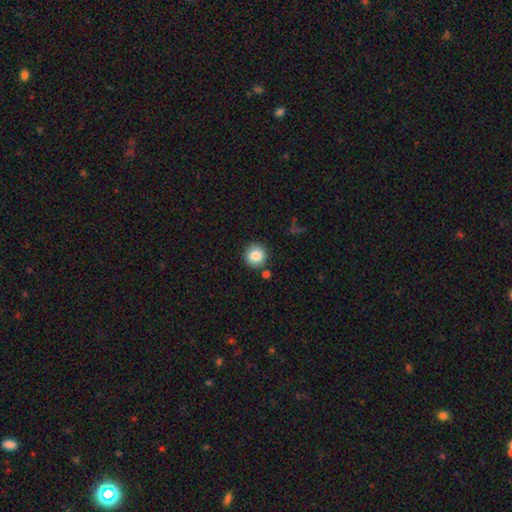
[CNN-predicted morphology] Smooth or featured? smooth (84%)
How rounded? round (93%)
Merging? none (85%)